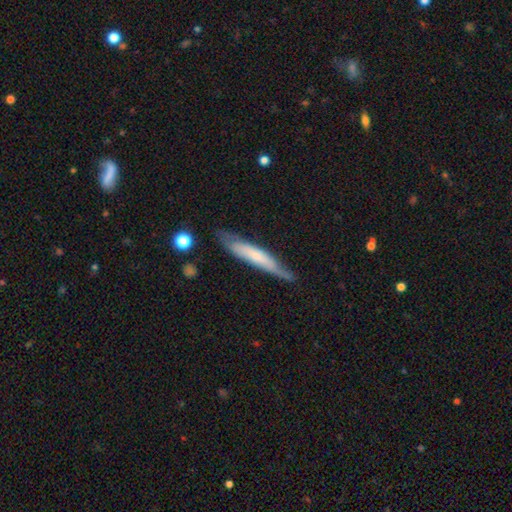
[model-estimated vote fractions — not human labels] Q: Smooth or featured?
A: smooth (50%); runner-up: featured or disk (44%)
Q: Merging?
A: none (68%); runner-up: minor disturbance (23%)